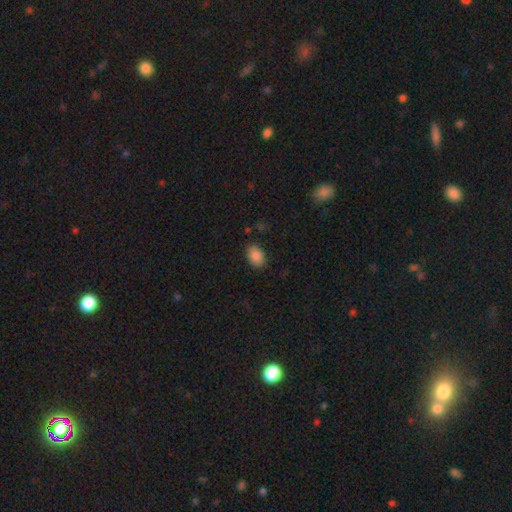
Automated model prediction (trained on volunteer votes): This is clearly a smooth galaxy (86%). How rounded: clearly in between (83%). Merging: clearly none (85%).